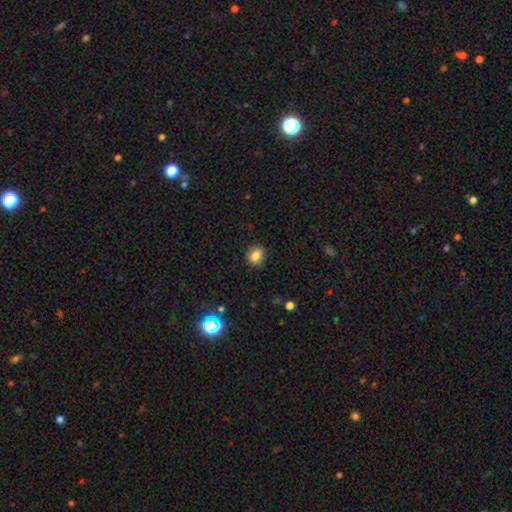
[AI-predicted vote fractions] Smooth or featured: smooth — 82% (star or artifact — 11%)
How rounded: round — 76% (in between — 23%)
Merging: none — 89% (minor disturbance — 8%)